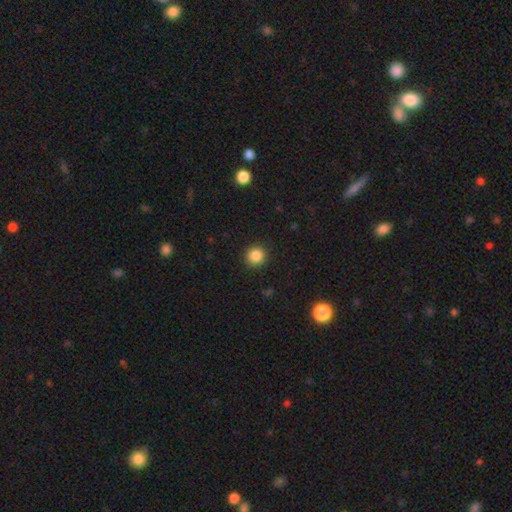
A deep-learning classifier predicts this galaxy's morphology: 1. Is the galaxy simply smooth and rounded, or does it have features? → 86% smooth, 10% star or artifact, 4% featured or disk.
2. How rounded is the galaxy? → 92% round, 7% in between, 1% cigar-shaped.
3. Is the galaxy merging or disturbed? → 91% none, 6% minor disturbance, 2% major disturbance, 1% merger.